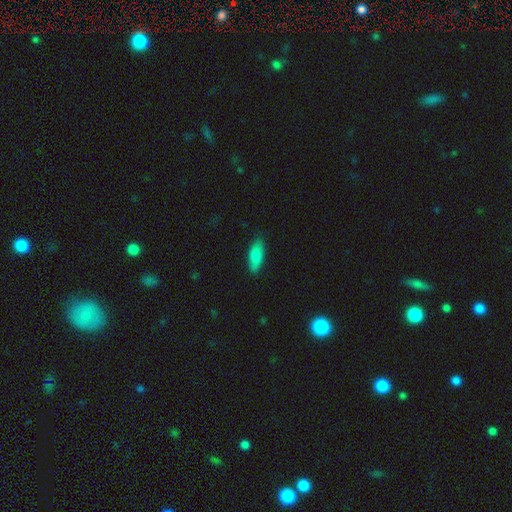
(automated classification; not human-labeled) Smooth or featured? Predicted: smooth (p=0.85). How rounded? Predicted: in between (p=0.72). Merging? Predicted: none (p=0.84).